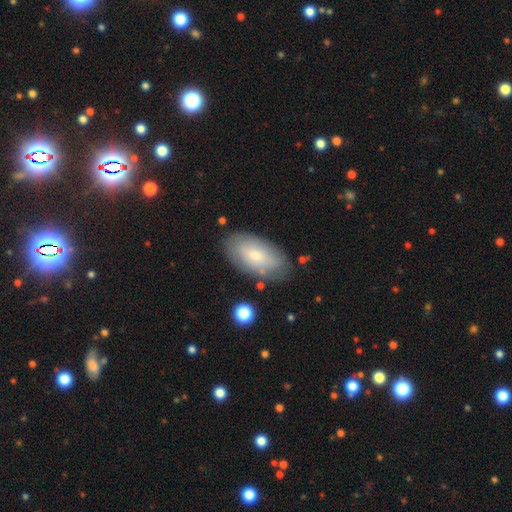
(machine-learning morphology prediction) Smooth or featured?
  - smooth: 67% *
  - featured or disk: 26%
  - star or artifact: 7%
How rounded?
  - in between: 94% *
  - round: 3%
  - cigar-shaped: 3%
Merging?
  - none: 78% *
  - minor disturbance: 15%
  - major disturbance: 4%
  - merger: 3%